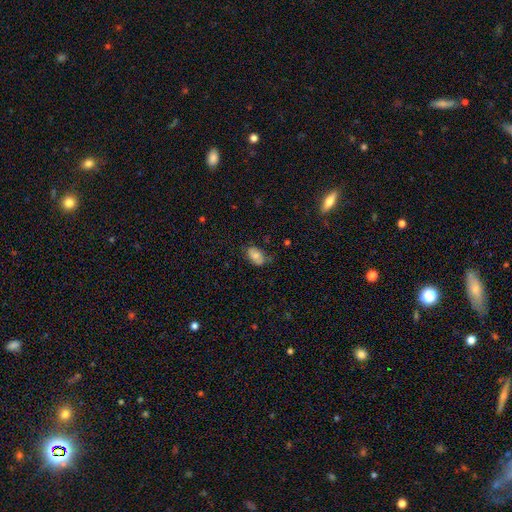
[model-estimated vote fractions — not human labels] A smooth galaxy with no disk features (73%) that is in between round and cigar-shaped (91%).

Vote fractions:
- Smooth or featured? smooth: 73% / featured or disk: 19% / star or artifact: 8%
- How rounded? in between: 91% / round: 7% / cigar-shaped: 2%
- Merging? none: 62% / minor disturbance: 29% / major disturbance: 7% / merger: 2%